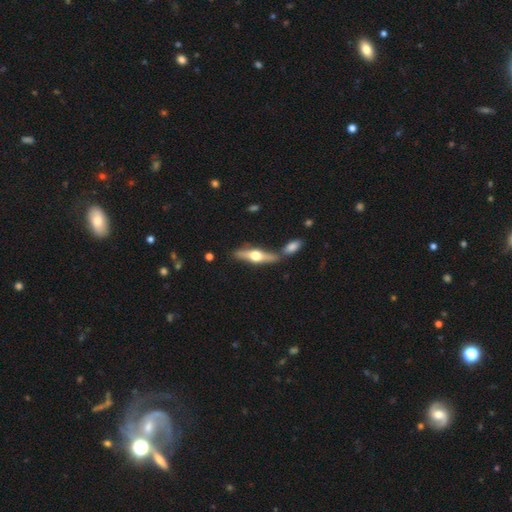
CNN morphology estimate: Overall: featured or disk (62%; smooth 33%). Edge-on disk: yes (92%). Edge-on bulge: rounded (95%). Merging: none (65%).